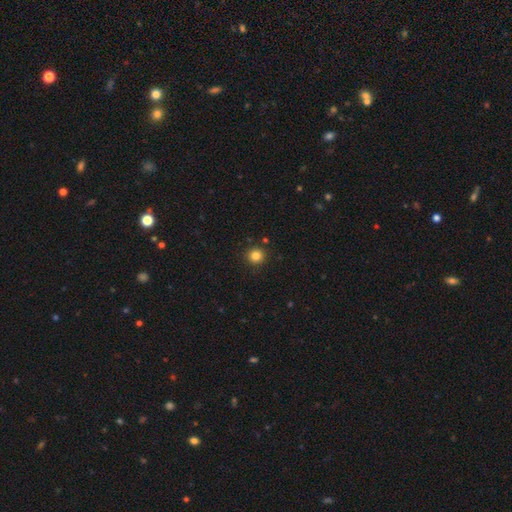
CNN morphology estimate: Overall: smooth (83%). How rounded: round (93%). Merging: none (90%).